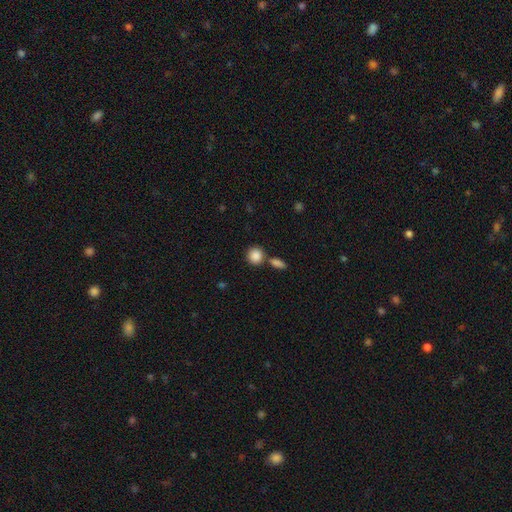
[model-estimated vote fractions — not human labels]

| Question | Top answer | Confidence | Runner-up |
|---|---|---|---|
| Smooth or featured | smooth | 88% | star or artifact (8%) |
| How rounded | round | 83% | in between (16%) |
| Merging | none | 64% | merger (23%) |